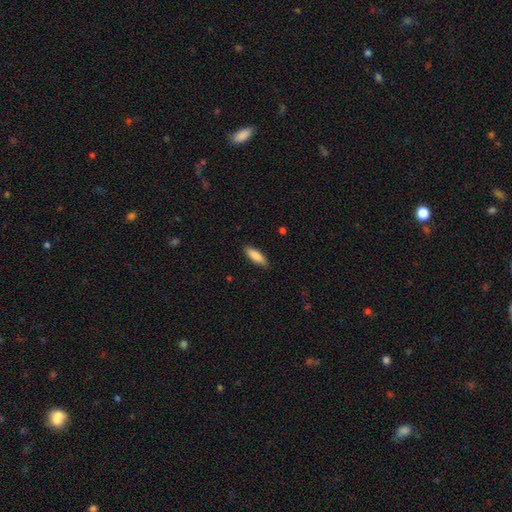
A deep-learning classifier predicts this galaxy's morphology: Smooth or featured: smooth — 85% (featured or disk — 10%)
How rounded: in between — 52% (cigar-shaped — 46%)
Merging: none — 87% (minor disturbance — 10%)